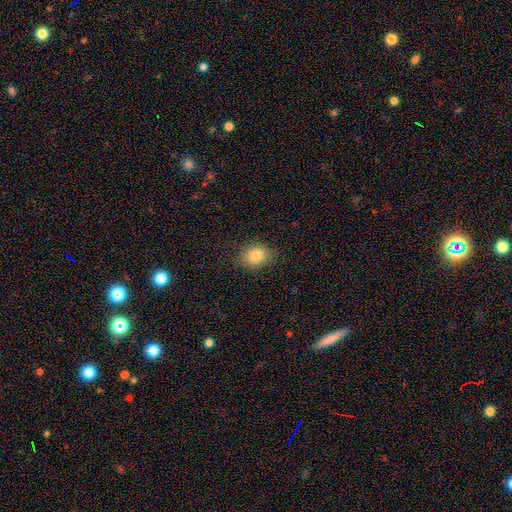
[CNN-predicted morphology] A smooth galaxy with no disk features (83%) that is in between round and cigar-shaped (59%).

Vote fractions:
- Smooth or featured? smooth: 83% / star or artifact: 10% / featured or disk: 7%
- How rounded? in between: 59% / round: 40% / cigar-shaped: 1%
- Merging? none: 83% / minor disturbance: 12% / major disturbance: 3% / merger: 1%